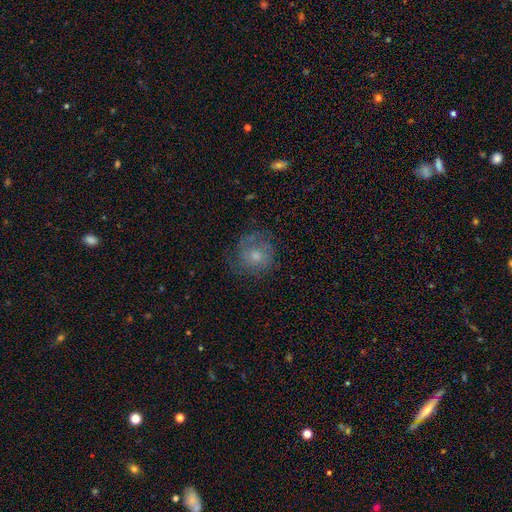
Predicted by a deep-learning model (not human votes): smooth_or_featured: smooth (p=0.57) [alt: featured or disk p=0.32]
how_rounded: round (p=0.84) [alt: in between p=0.15]
merging: none (p=0.66) [alt: minor disturbance p=0.21]